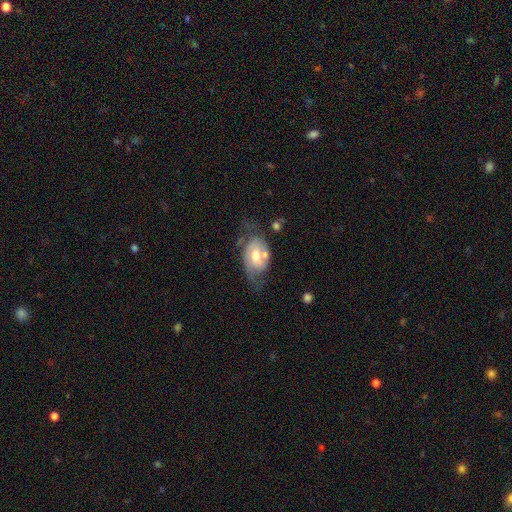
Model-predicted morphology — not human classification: Smooth or featured? Predicted: featured or disk (p=0.61). Edge-on disk? Predicted: no (p=0.94). Bar? Predicted: no (p=0.47). Spiral arms? Predicted: yes (p=0.74). Bulge size? Predicted: moderate (p=0.67). Merging? Predicted: none (p=0.41).